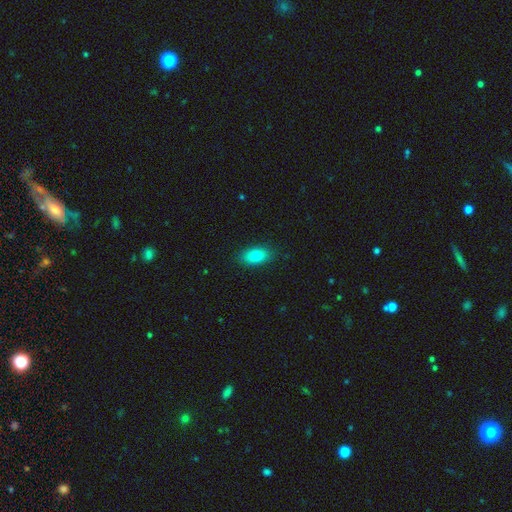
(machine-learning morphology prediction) Q: Smooth or featured?
A: smooth (82%); runner-up: featured or disk (9%)
Q: How rounded?
A: in between (89%); runner-up: round (6%)
Q: Merging?
A: none (88%); runner-up: minor disturbance (9%)